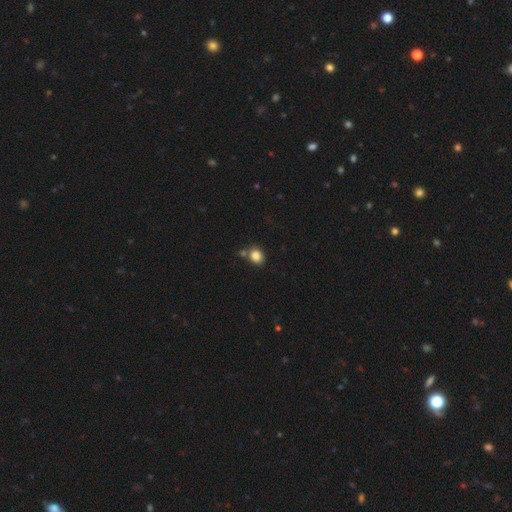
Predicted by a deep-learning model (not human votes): Overall: smooth (85%). How rounded: round (56%; in between 43%). Merging: none (70%).